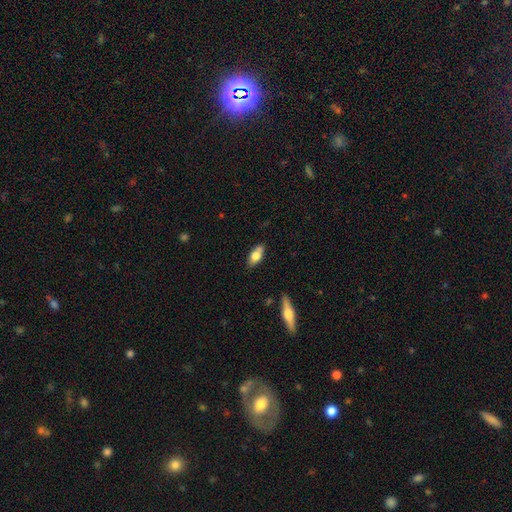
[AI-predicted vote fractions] Smooth or featured? Predicted: smooth (p=0.72). How rounded? Predicted: in between (p=0.84). Merging? Predicted: none (p=0.69).